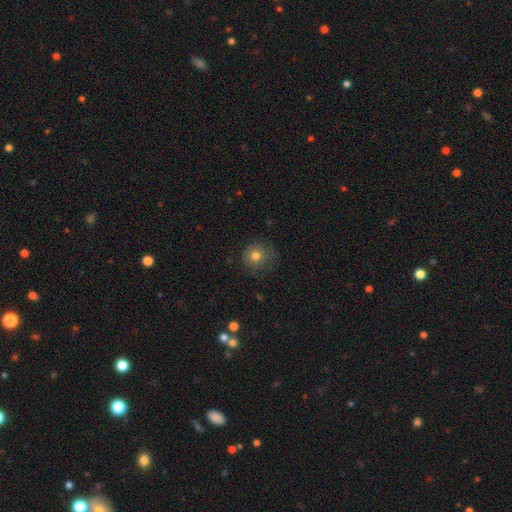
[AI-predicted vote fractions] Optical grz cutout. It shows a smooth galaxy with no disk features (77%) that is round (93%). Merging: none (80%).